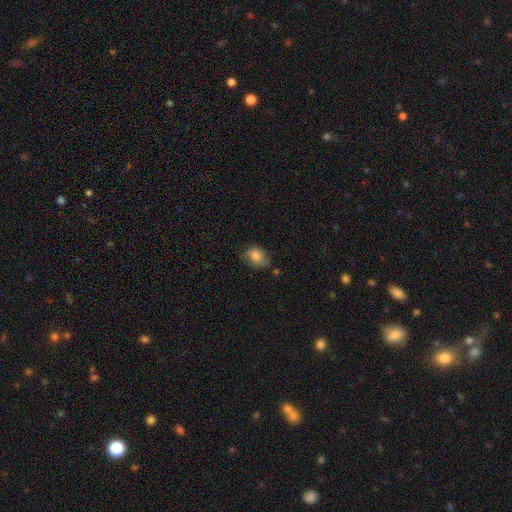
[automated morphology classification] Overall: smooth (79%). How rounded: in between (60%; round 39%). Merging: none (63%; minor disturbance 28%).